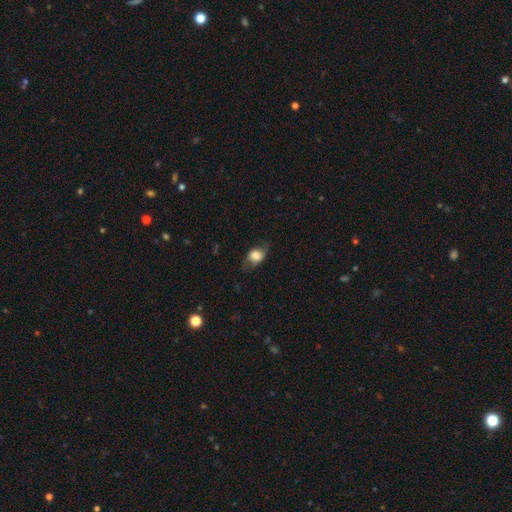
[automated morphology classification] A smooth galaxy with no disk features (66%) that is in between round and cigar-shaped (69%).

Vote fractions:
- Smooth or featured? smooth: 66% / featured or disk: 25% / star or artifact: 8%
- How rounded? in between: 69% / round: 28% / cigar-shaped: 3%
- Merging? none: 67% / minor disturbance: 22% / major disturbance: 10% / merger: 1%